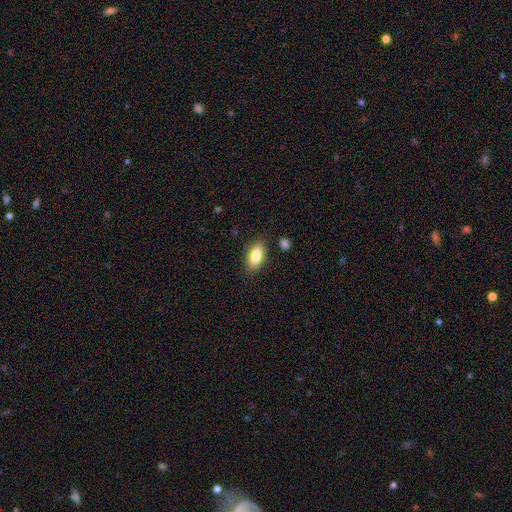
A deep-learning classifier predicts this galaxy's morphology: smooth_or_featured: smooth (p=0.83) [alt: featured or disk p=0.10]
how_rounded: in between (p=0.90) [alt: cigar-shaped p=0.06]
merging: none (p=0.84) [alt: minor disturbance p=0.11]